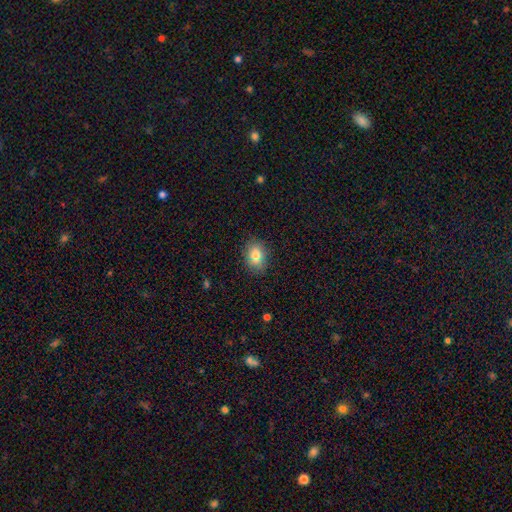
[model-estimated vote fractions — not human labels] This appears to be a smooth galaxy with no disk features (80%) that is in between round and cigar-shaped (70%). Merging: none (84%).